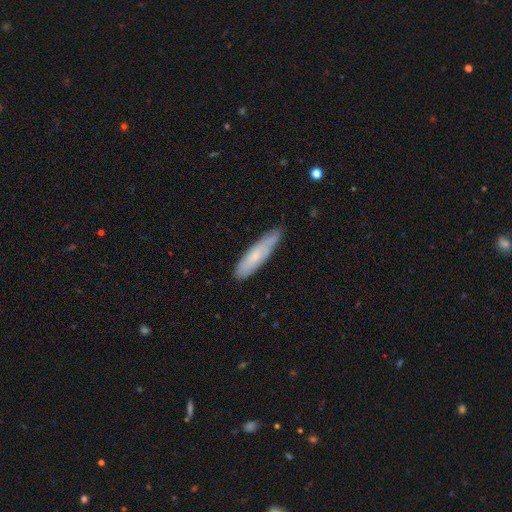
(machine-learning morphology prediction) Smooth or featured: smooth — 62% (featured or disk — 31%)
How rounded: cigar-shaped — 77% (in between — 22%)
Merging: none — 75% (minor disturbance — 20%)